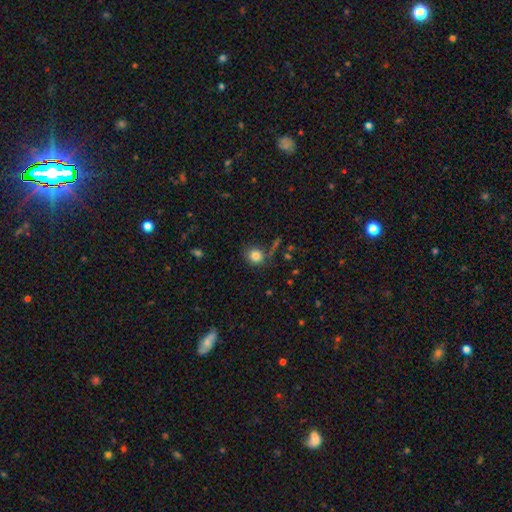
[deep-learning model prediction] Morphology: type=smooth (83%); roundness=round (82%); merging=none (78%).